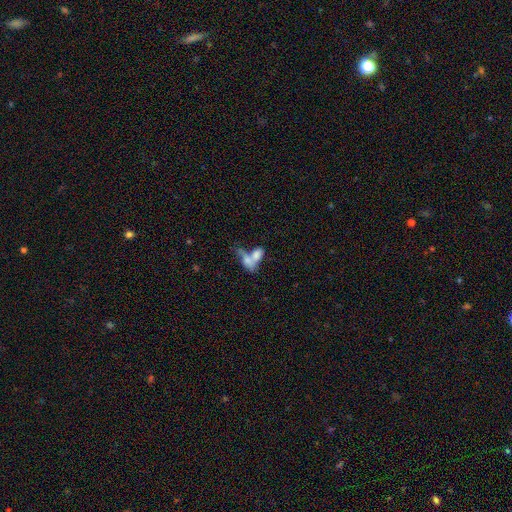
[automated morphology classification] A smooth galaxy with no disk features (67%) that is in between round and cigar-shaped (80%). Merging: merger (71%).